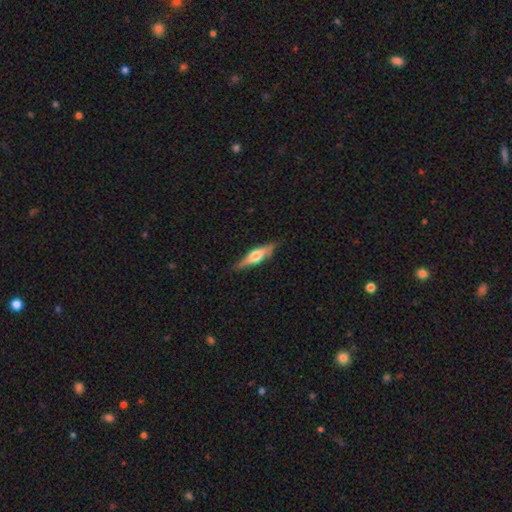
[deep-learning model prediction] featured or disk 62%, smooth 32%, star or artifact 6%. Down the decision tree: edge-on disk — yes (95%); edge-on bulge — rounded (90%); merging — none (85%).